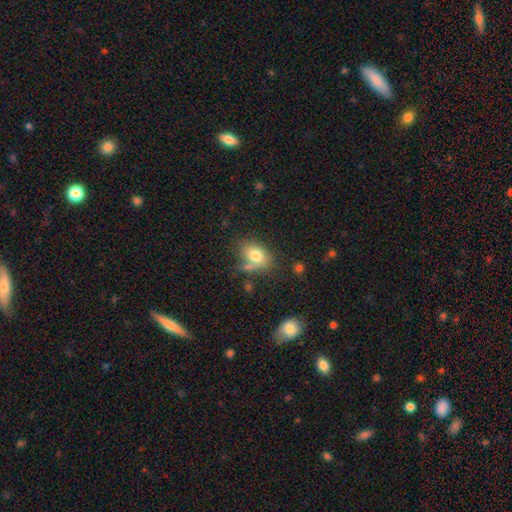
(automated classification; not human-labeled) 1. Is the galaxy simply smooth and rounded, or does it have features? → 77% smooth, 13% featured or disk, 10% star or artifact.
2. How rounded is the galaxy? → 78% in between, 20% round, 2% cigar-shaped.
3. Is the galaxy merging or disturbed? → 59% none, 20% minor disturbance, 13% merger, 8% major disturbance.